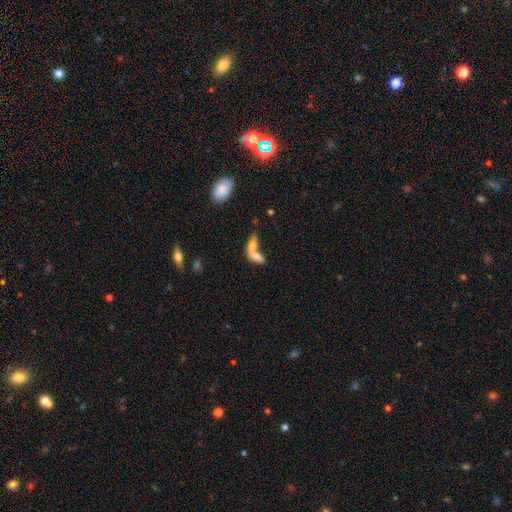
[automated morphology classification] smooth 69%, featured or disk 21%, star or artifact 10%. Down the decision tree: how rounded — in between (77%); merging — merger (74%).